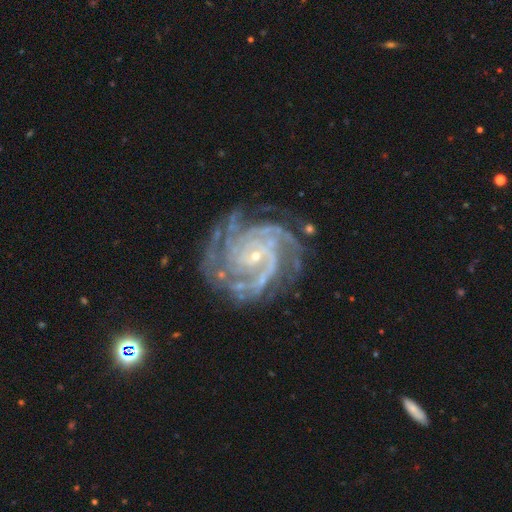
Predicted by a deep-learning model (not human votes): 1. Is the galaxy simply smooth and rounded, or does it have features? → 91% featured or disk, 6% star or artifact, 3% smooth.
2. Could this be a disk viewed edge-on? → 98% no, 2% yes.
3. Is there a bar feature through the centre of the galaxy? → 64% no, 25% weak, 11% strong.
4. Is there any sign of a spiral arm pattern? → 98% yes, 2% no.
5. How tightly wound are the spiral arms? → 69% tight, 28% medium, 4% loose.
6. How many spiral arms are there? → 31% 4, 22% 3, 14% can't tell, 14% more than 4, 12% 2, 8% 1.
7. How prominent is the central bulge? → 86% small, 9% moderate, 2% none, 1% large, 1% dominant.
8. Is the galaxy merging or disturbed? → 72% none, 18% minor disturbance, 9% major disturbance, 2% merger.